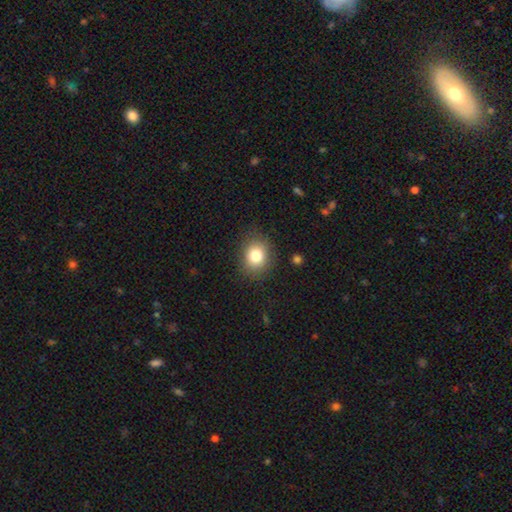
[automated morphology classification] Smooth or featured: smooth — 81% (star or artifact — 11%)
How rounded: round — 60% (in between — 39%)
Merging: none — 85% (minor disturbance — 10%)